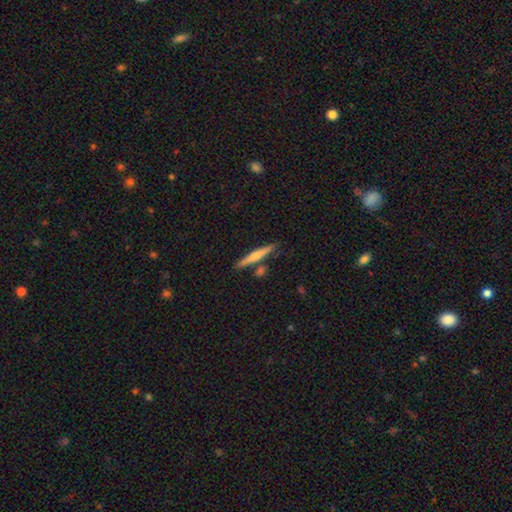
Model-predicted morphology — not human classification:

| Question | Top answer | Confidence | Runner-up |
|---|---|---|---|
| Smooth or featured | smooth | 57% | featured or disk (37%) |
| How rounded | cigar-shaped | 94% | in between (4%) |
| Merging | none | 78% | minor disturbance (10%) |